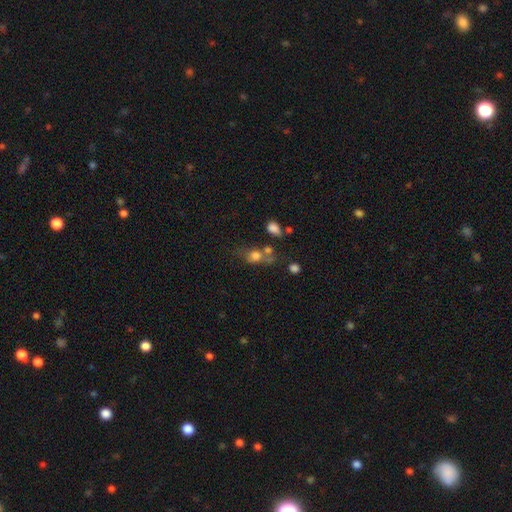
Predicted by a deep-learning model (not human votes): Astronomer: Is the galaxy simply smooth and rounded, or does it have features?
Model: smooth — 71%.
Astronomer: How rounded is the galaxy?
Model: in between — 50% (runner-up: round, 46%).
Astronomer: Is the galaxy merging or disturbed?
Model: none — 40% (runner-up: merger, 29%).